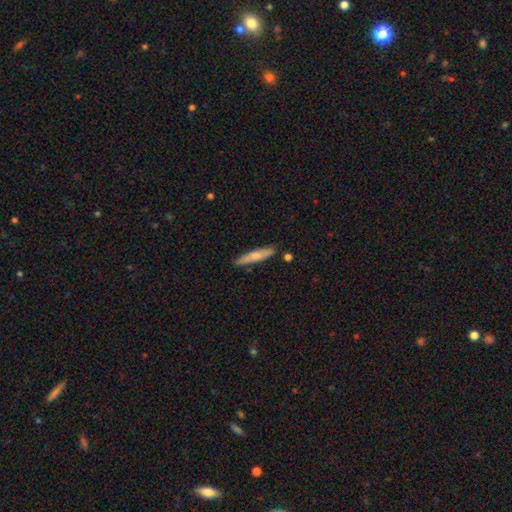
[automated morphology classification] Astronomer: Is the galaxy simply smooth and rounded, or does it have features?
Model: smooth — 67%.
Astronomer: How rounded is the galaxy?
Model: cigar-shaped — 87%.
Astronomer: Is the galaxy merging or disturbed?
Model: none — 84%.